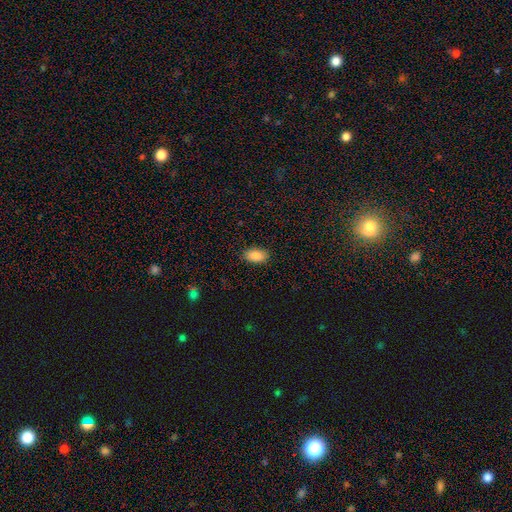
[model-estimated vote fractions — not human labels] Smooth or featured? smooth (87%)
How rounded? in between (93%)
Merging? none (88%)